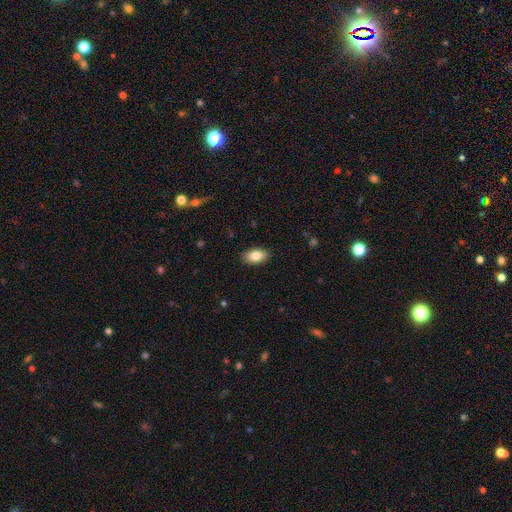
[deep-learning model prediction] Overall: smooth (84%). How rounded: in between (92%). Merging: none (88%).